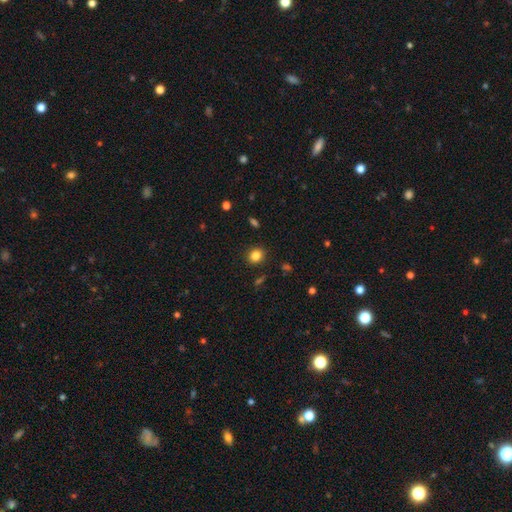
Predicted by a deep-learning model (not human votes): Smooth or featured: smooth — 84% (star or artifact — 11%)
How rounded: round — 69% (in between — 30%)
Merging: none — 89% (minor disturbance — 7%)